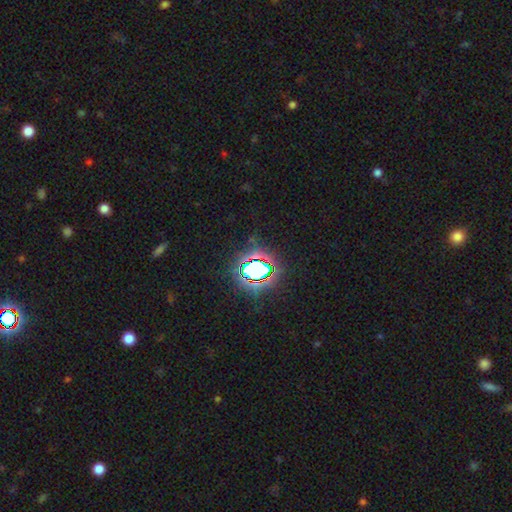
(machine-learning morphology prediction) star or artifact 78%, smooth 14%, featured or disk 8%.